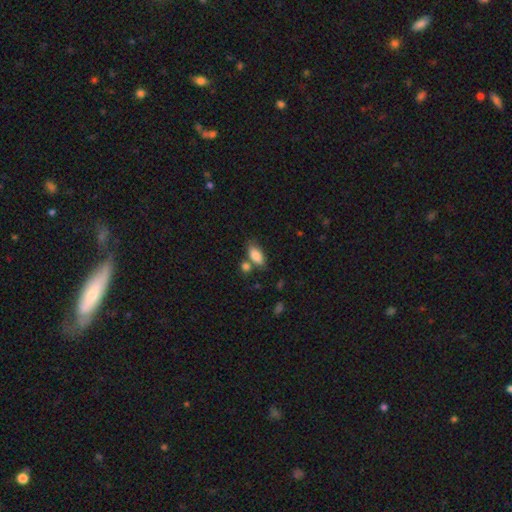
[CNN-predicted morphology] Smooth or featured: smooth — 85% (star or artifact — 7%)
How rounded: in between — 87% (cigar-shaped — 9%)
Merging: none — 60% (merger — 19%)